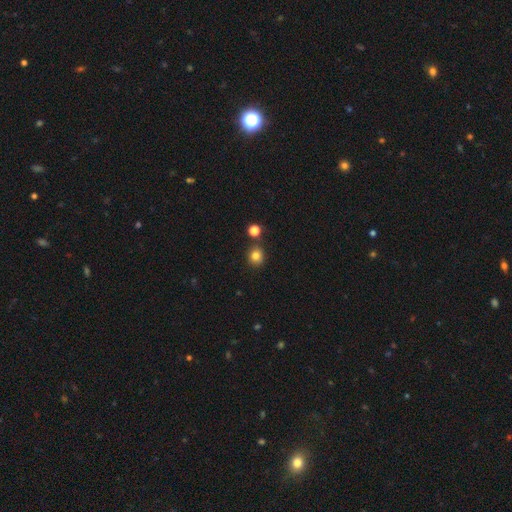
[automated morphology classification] Overall: smooth (81%). How rounded: round (83%). Merging: none (80%).